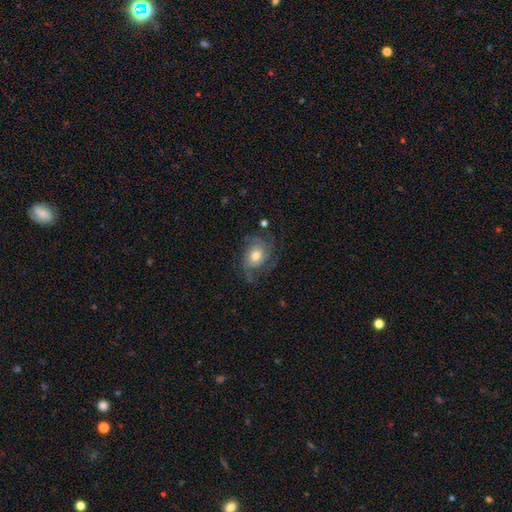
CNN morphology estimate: featured or disk 65%, smooth 27%, star or artifact 8%. Down the decision tree: edge-on disk — no (96%); bar — no (79%); spiral arms — yes (87%); spiral arm count — can't tell (34%); spiral winding — tight (41%); bulge size — moderate (65%); merging — none (60%).